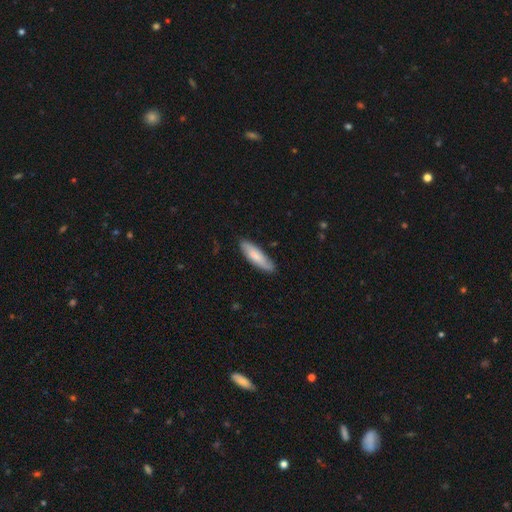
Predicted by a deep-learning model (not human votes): smooth-or-featured: smooth: 71% | featured or disk: 24% | star or artifact: 5%
  how-rounded: cigar-shaped: 58% | in between: 40% | round: 2%
  merging: none: 82% | minor disturbance: 14% | major disturbance: 2% | merger: 1%